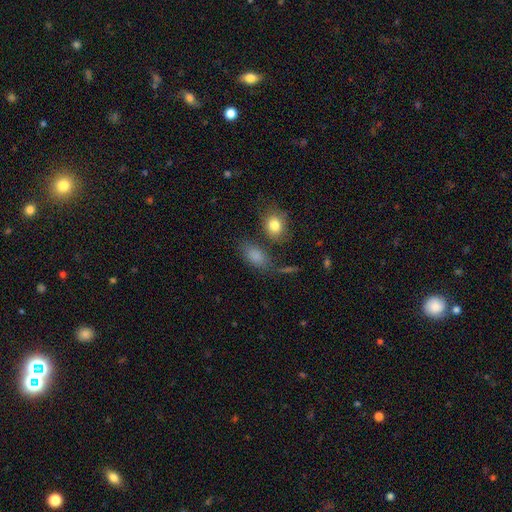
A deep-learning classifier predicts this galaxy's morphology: Smooth or featured? Predicted: smooth (p=0.83). How rounded? Predicted: in between (p=0.85). Merging? Predicted: none (p=0.64).